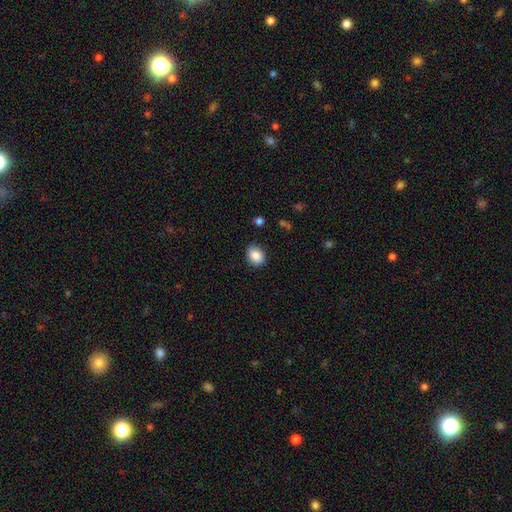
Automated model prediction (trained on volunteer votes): This appears to be a smooth galaxy with no disk features (87%) that is in between round and cigar-shaped (58%). Merging: none (86%).